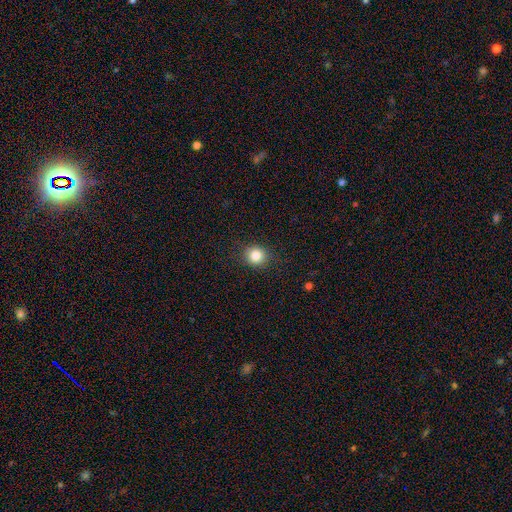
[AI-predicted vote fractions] Morphology: type=smooth (84%); roundness=round (85%); merging=none (88%).